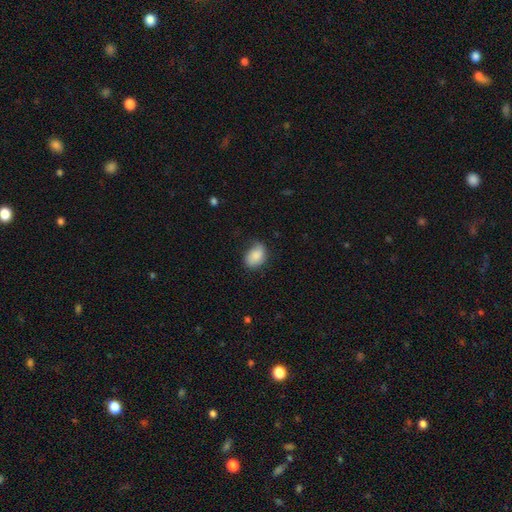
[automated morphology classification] A smooth galaxy with no disk features (85%) that is in between round and cigar-shaped (79%).

Vote fractions:
- Smooth or featured? smooth: 85% / featured or disk: 8% / star or artifact: 7%
- How rounded? in between: 79% / round: 19% / cigar-shaped: 1%
- Merging? none: 60% / minor disturbance: 30% / major disturbance: 8% / merger: 2%